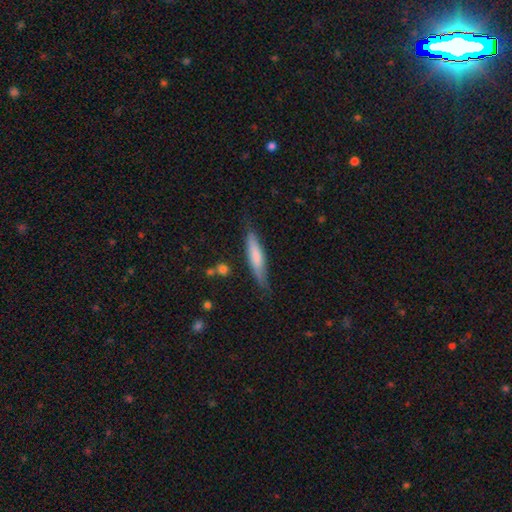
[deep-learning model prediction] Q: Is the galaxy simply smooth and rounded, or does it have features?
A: smooth — 66%.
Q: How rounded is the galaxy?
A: cigar-shaped — 85%.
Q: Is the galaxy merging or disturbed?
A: none — 75%.